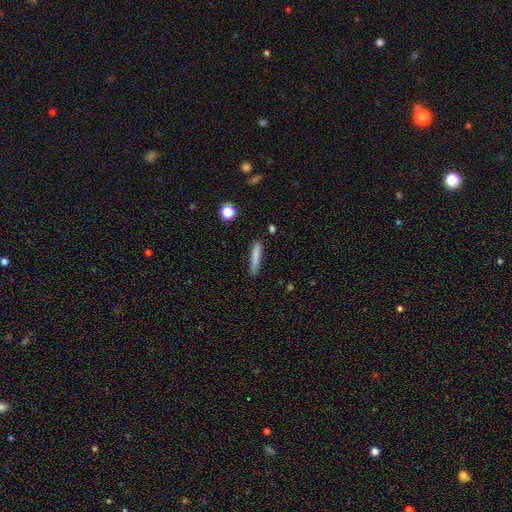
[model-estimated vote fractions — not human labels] Overall: smooth (81%). How rounded: cigar-shaped (89%). Merging: none (83%).